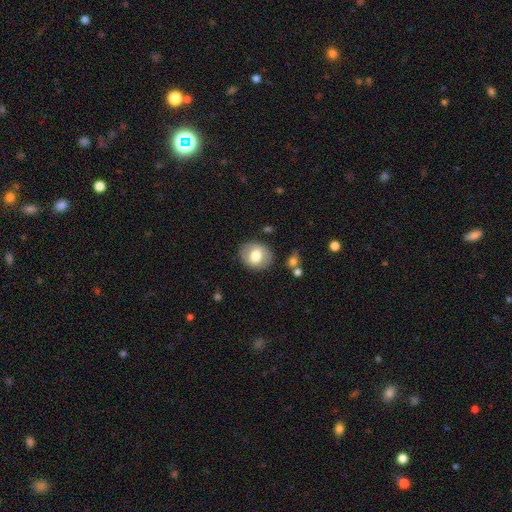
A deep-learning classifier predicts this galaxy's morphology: Q: Smooth or featured?
A: smooth (69%); runner-up: featured or disk (23%)
Q: How rounded?
A: round (64%); runner-up: in between (35%)
Q: Merging?
A: none (85%); runner-up: minor disturbance (10%)